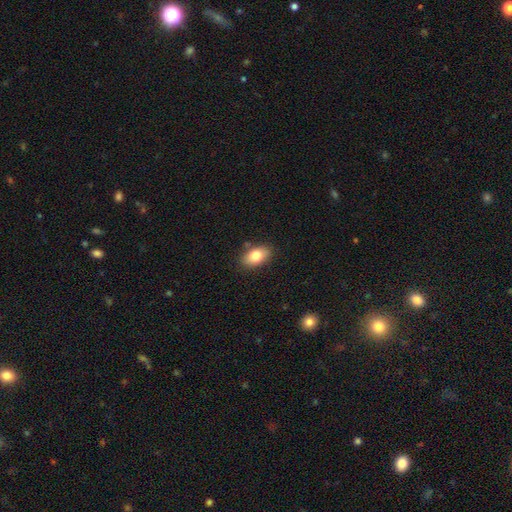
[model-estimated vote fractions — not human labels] Smooth or featured? smooth (83%)
How rounded? in between (90%)
Merging? none (83%)